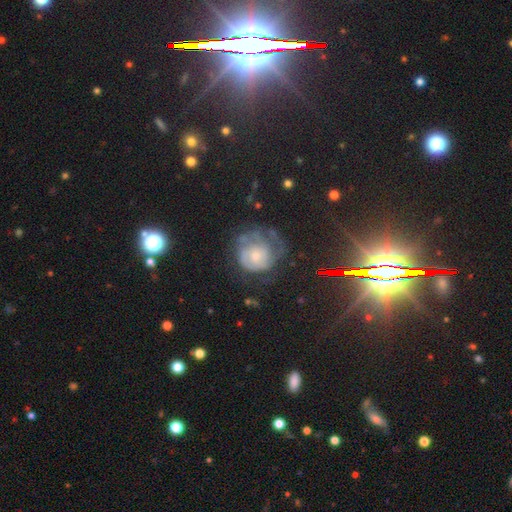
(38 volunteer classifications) A featured or disk galaxy (61%) with no bar (86%), tight (64%) spiral arms (67%) and a moderate central bulge (57%).

Vote fractions:
- Smooth or featured? featured or disk: 61% / smooth: 32% / star or artifact: 8%
- Edge-on disk? no: 91% / yes: 9%
- Bar? no: 86% / weak: 14% / strong: 0%
- Spiral arms? yes: 67% / no: 33%
- Spiral winding? tight: 64% / medium: 21% / loose: 14%
- Spiral arm count? can't tell: 71% / 2: 21% / 3: 7% / 1: 0% / 4: 0% / more than 4: 0%
- Bulge size? moderate: 57% / small: 33% / large: 5% / none: 5% / dominant: 0%
- Merging? minor disturbance: 40% / none: 31% / major disturbance: 29% / merger: 0%